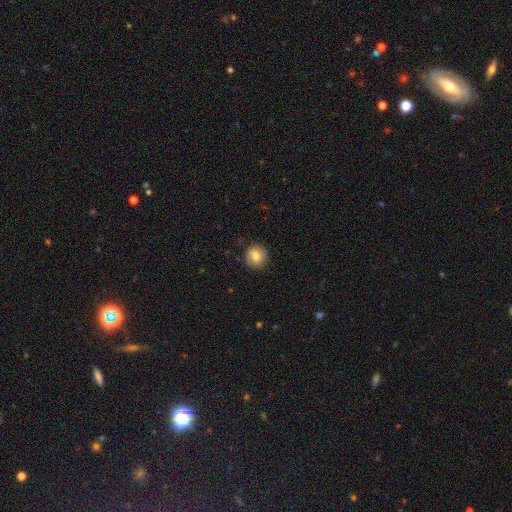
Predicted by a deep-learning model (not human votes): Smooth or featured? Predicted: smooth (p=0.78). How rounded? Predicted: round (p=0.88). Merging? Predicted: none (p=0.84).